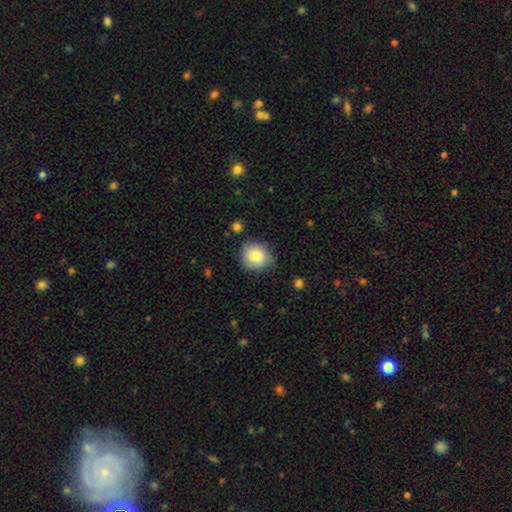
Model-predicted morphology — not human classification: Smooth or featured? smooth (82%)
How rounded? round (79%)
Merging? none (79%)